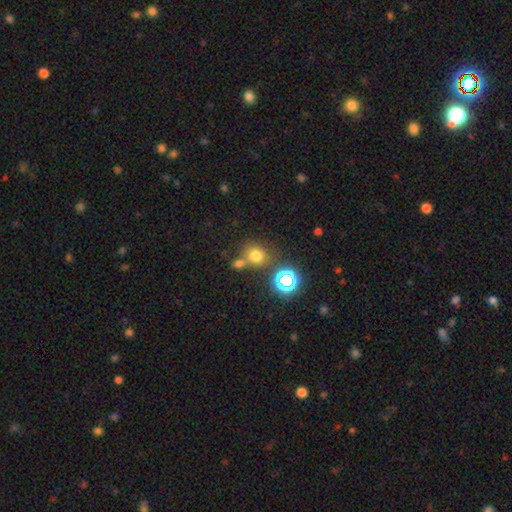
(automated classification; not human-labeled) Smooth or featured: smooth — 71% (star or artifact — 21%)
How rounded: round — 78% (in between — 21%)
Merging: none — 63% (merger — 22%)